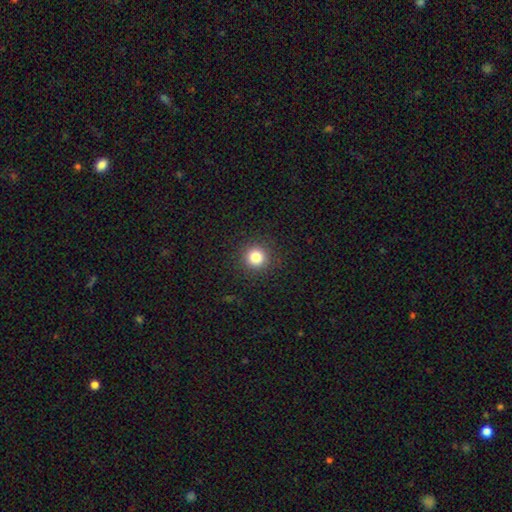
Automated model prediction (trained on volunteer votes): This appears to be a smooth galaxy with no disk features (81%) that is round (96%). Merging: none (94%).